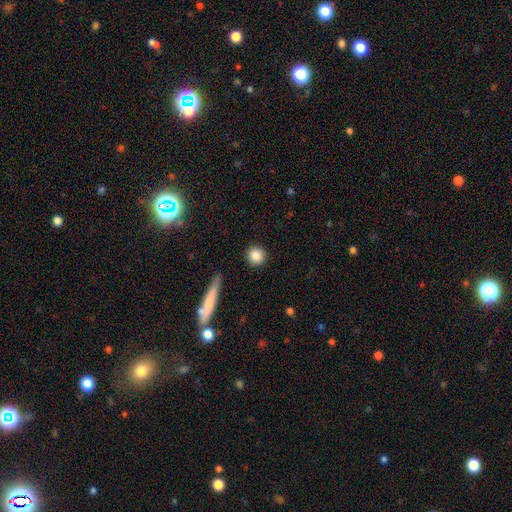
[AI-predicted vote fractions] smooth-or-featured: smooth: 85% | star or artifact: 8% | featured or disk: 7%
  how-rounded: round: 88% | in between: 10% | cigar-shaped: 2%
  merging: none: 90% | minor disturbance: 6% | major disturbance: 2% | merger: 2%